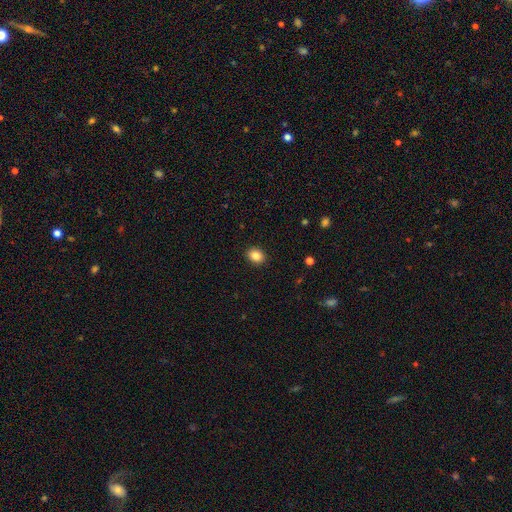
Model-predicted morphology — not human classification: This is clearly a smooth galaxy (85%). How rounded: possibly round (53%). Merging: clearly none (91%).